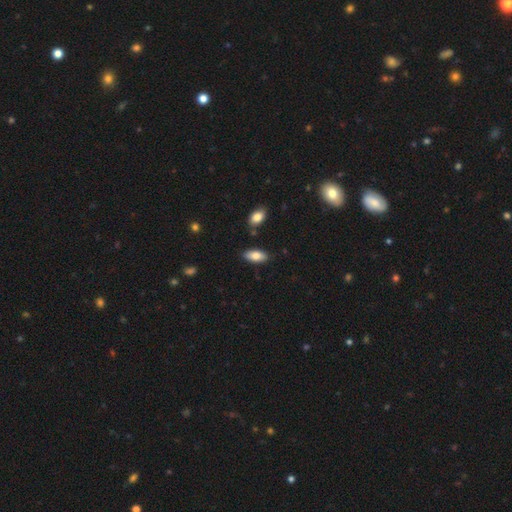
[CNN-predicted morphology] This is clearly a smooth galaxy (81%). How rounded: clearly in between (89%). Merging: clearly none (84%).